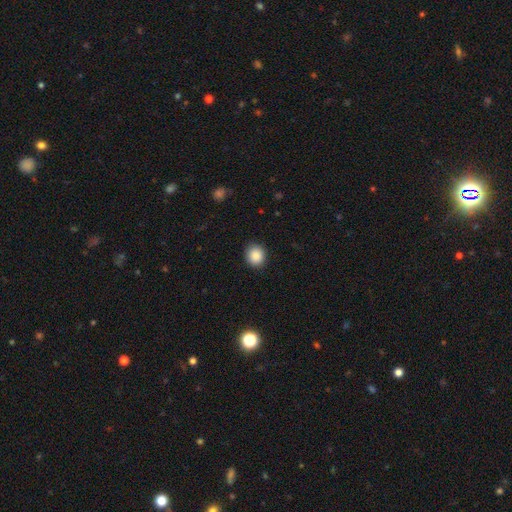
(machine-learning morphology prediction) A smooth galaxy with no disk features (88%) that is round (81%).

Vote fractions:
- Smooth or featured? smooth: 88% / star or artifact: 9% / featured or disk: 3%
- How rounded? round: 81% / in between: 18% / cigar-shaped: 1%
- Merging? none: 89% / minor disturbance: 8% / major disturbance: 2% / merger: 1%